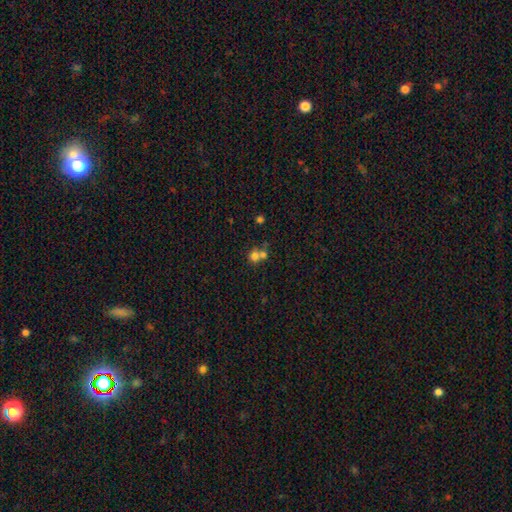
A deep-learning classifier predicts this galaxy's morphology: smooth 71%, featured or disk 15%, star or artifact 14%. Down the decision tree: how rounded — round (81%); merging — merger (56%).